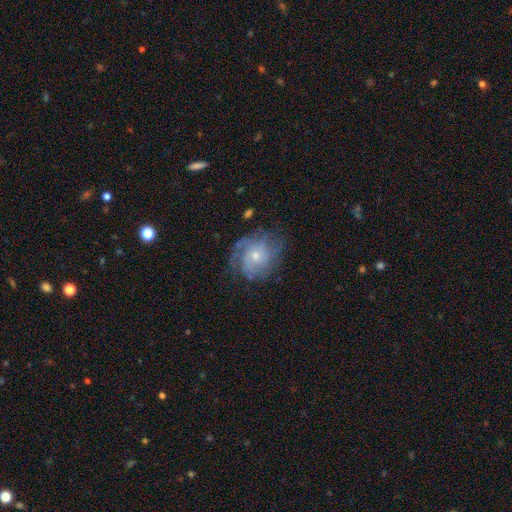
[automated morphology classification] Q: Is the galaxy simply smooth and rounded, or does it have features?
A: featured or disk — 77%.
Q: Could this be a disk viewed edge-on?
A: no — 97%.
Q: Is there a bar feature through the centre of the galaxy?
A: no — 76%.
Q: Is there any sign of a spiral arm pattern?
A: yes — 92%.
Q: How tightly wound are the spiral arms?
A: tight — 54%.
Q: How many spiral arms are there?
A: can't tell — 37%.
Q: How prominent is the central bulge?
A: small — 64%.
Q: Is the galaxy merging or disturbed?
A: none — 69%.